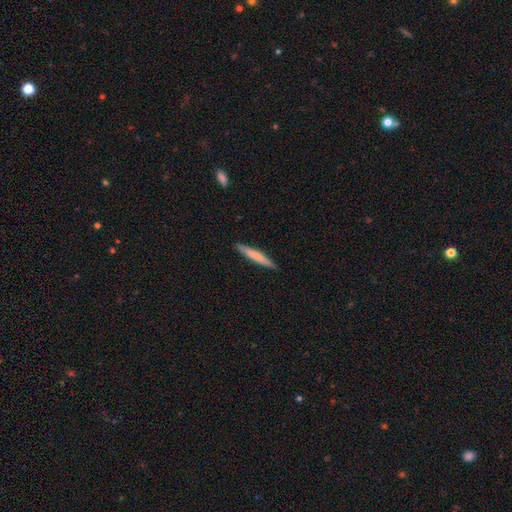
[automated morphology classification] A smooth galaxy with no disk features (67%) that is cigar-shaped (95%).

Vote fractions:
- Smooth or featured? smooth: 67% / featured or disk: 28% / star or artifact: 5%
- How rounded? cigar-shaped: 95% / in between: 4% / round: 1%
- Merging? none: 90% / minor disturbance: 7% / major disturbance: 1% / merger: 1%